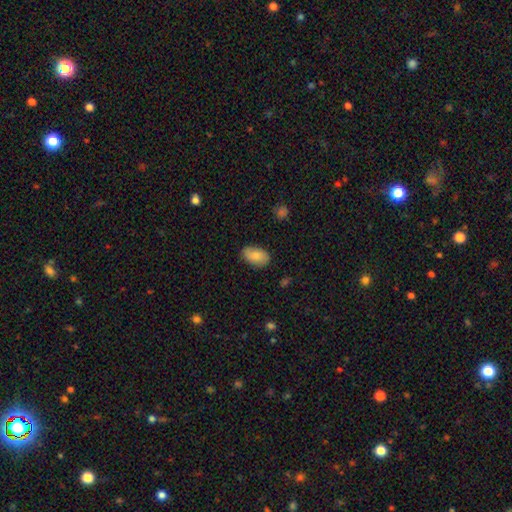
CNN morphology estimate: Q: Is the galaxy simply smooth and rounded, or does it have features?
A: smooth — 78%.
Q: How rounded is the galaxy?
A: in between — 92%.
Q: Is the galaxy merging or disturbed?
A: none — 81%.